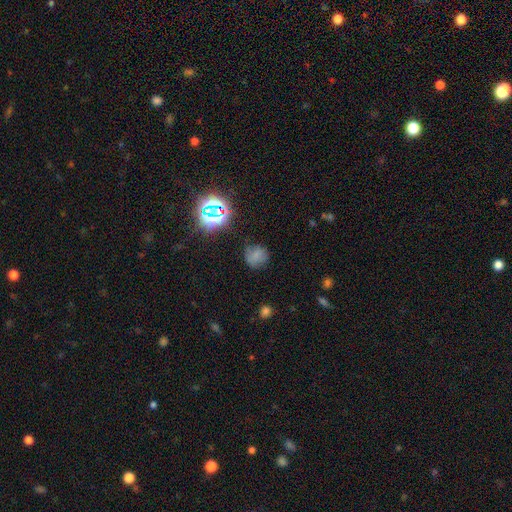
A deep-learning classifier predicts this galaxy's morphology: Overall: smooth (63%; star or artifact 24%). How rounded: round (83%). Merging: none (67%).